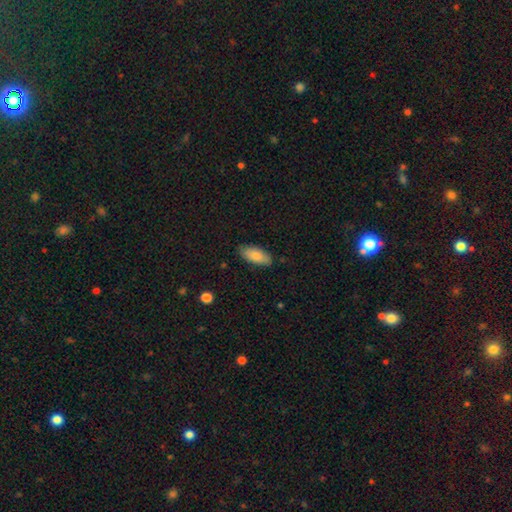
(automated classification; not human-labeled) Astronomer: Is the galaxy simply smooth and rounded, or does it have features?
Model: smooth — 83%.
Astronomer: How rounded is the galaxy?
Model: in between — 86%.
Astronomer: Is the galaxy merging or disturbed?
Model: none — 85%.